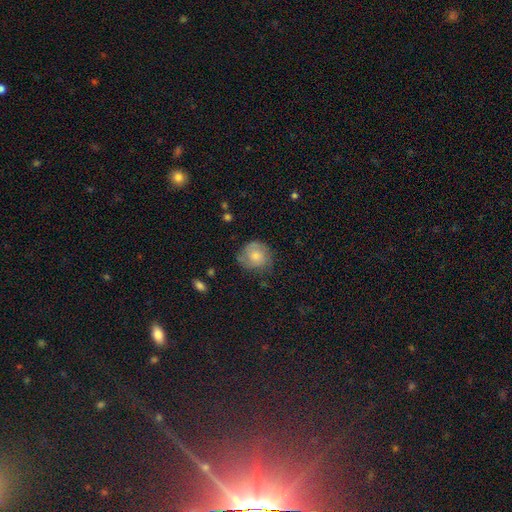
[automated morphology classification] Smooth or featured?
  - smooth: 64% *
  - featured or disk: 28%
  - star or artifact: 8%
How rounded?
  - round: 85% *
  - in between: 14%
  - cigar-shaped: 1%
Merging?
  - none: 65% *
  - minor disturbance: 25%
  - major disturbance: 8%
  - merger: 2%